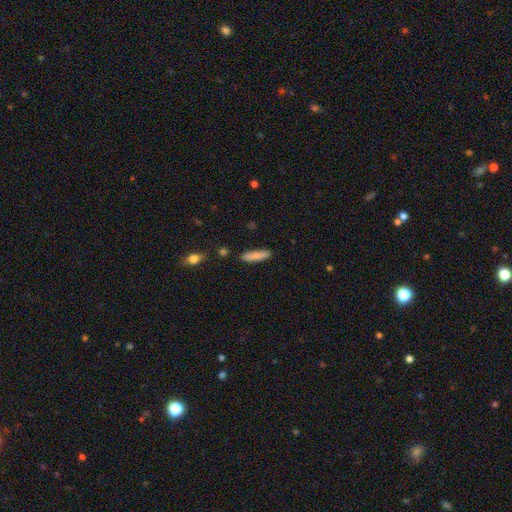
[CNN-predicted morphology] Smooth or featured?
  - smooth: 83% *
  - featured or disk: 10%
  - star or artifact: 6%
How rounded?
  - cigar-shaped: 80% *
  - in between: 18%
  - round: 2%
Merging?
  - none: 85% *
  - minor disturbance: 10%
  - merger: 3%
  - major disturbance: 2%